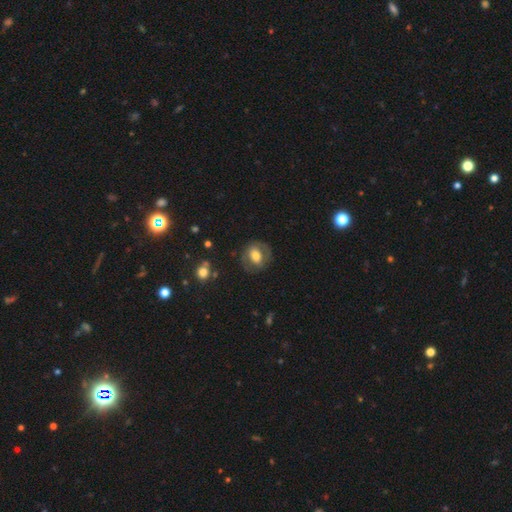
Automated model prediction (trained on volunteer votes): Q: Smooth or featured?
A: smooth (57%); runner-up: featured or disk (36%)
Q: How rounded?
A: in between (50%); runner-up: round (49%)
Q: Merging?
A: none (74%); runner-up: minor disturbance (15%)